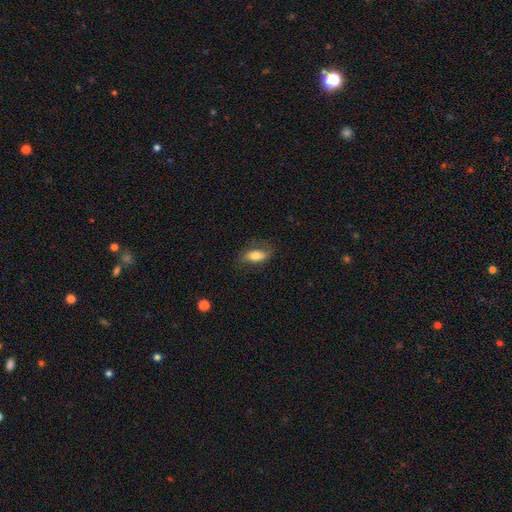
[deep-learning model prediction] The model was most divided on "smooth or featured": smooth: 70%, featured or disk: 23%, star or artifact: 7%. More confident: how rounded — in between (81%); merging — none (72%).